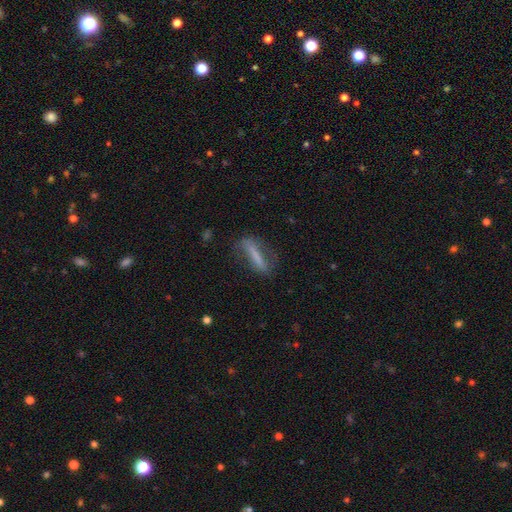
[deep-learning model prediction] smooth-or-featured: smooth: 53% | featured or disk: 37% | star or artifact: 9%
  how-rounded: cigar-shaped: 81% | in between: 16% | round: 2%
  merging: none: 65% | minor disturbance: 20% | major disturbance: 12% | merger: 2%